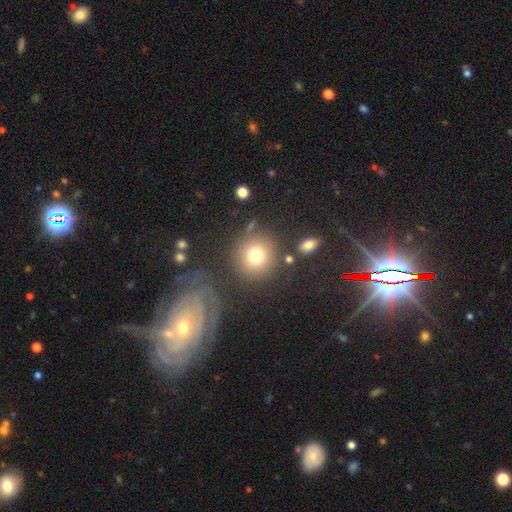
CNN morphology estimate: The model was most divided on "smooth or featured": smooth: 78%, star or artifact: 11%, featured or disk: 11%. More confident: how rounded — round (90%); merging — none (78%).